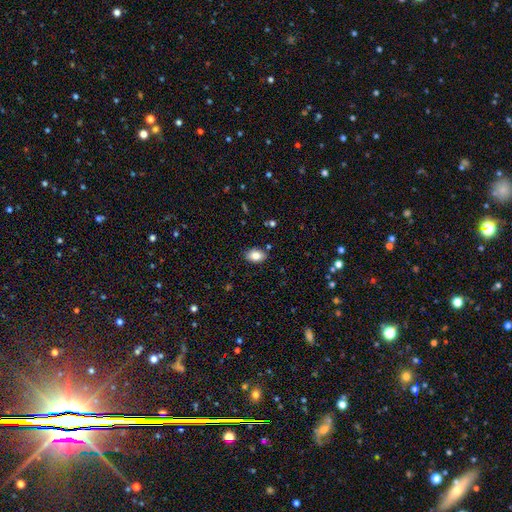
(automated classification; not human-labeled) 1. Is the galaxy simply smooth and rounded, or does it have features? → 82% smooth, 9% featured or disk, 8% star or artifact.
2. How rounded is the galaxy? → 84% in between, 14% round, 1% cigar-shaped.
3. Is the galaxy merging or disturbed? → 85% none, 11% minor disturbance, 2% major disturbance, 2% merger.